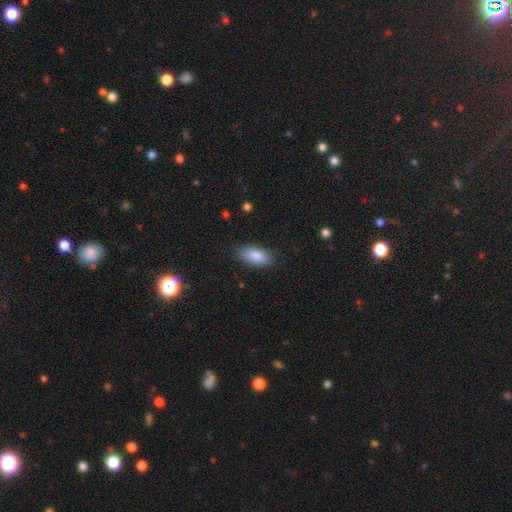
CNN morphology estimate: smooth-or-featured: smooth: 88% | star or artifact: 7% | featured or disk: 6%
  how-rounded: in between: 85% | cigar-shaped: 13% | round: 2%
  merging: none: 84% | minor disturbance: 11% | major disturbance: 3% | merger: 1%